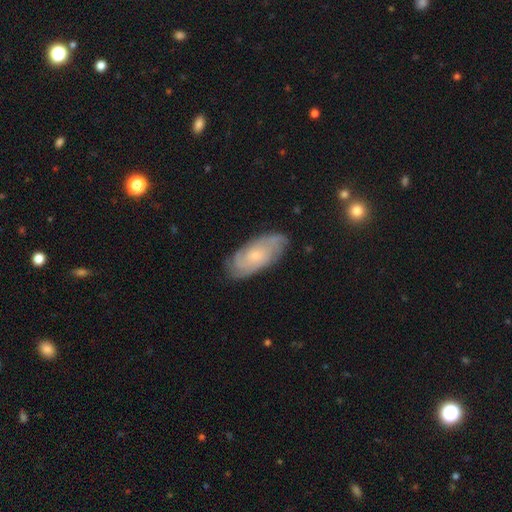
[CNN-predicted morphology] The model was most divided on "spiral arm count": can't tell: 37%, 2: 24%, 3: 19%, 4: 11%, more than 4: 5%, 1: 5%. More confident: spiral arms — yes (94%); edge-on disk — no (93%); merging — none (79%); bar — no (76%); smooth or featured — featured or disk (74%); bulge size — small (71%); spiral winding — tight (64%).